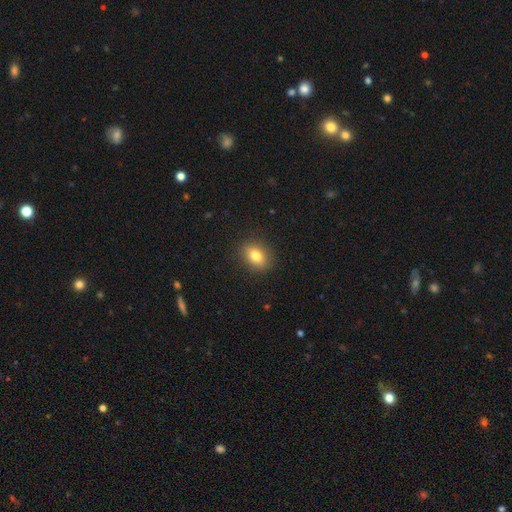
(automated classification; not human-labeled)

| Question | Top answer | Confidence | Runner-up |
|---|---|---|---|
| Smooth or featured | smooth | 80% | star or artifact (10%) |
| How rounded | in between | 62% | round (36%) |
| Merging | none | 88% | minor disturbance (8%) |